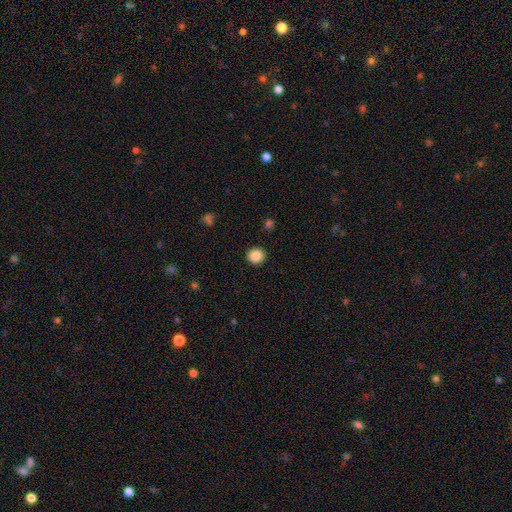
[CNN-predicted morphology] This is clearly a smooth galaxy (86%). How rounded: clearly round (92%). Merging: clearly none (91%).